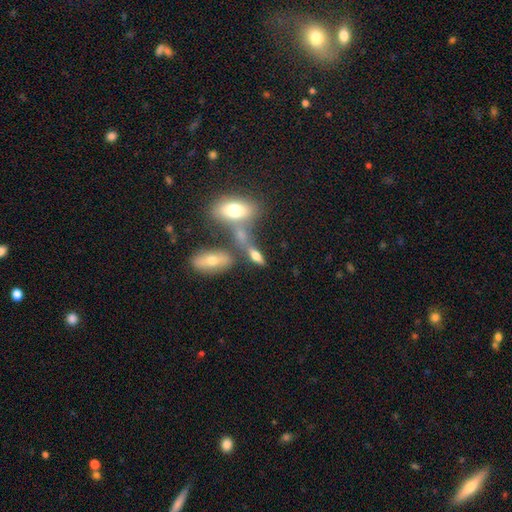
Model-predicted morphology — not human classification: smooth-or-featured: smooth: 63% | featured or disk: 26% | star or artifact: 11%
  how-rounded: in between: 66% | cigar-shaped: 26% | round: 8%
  merging: none: 47% | merger: 31% | minor disturbance: 13% | major disturbance: 8%